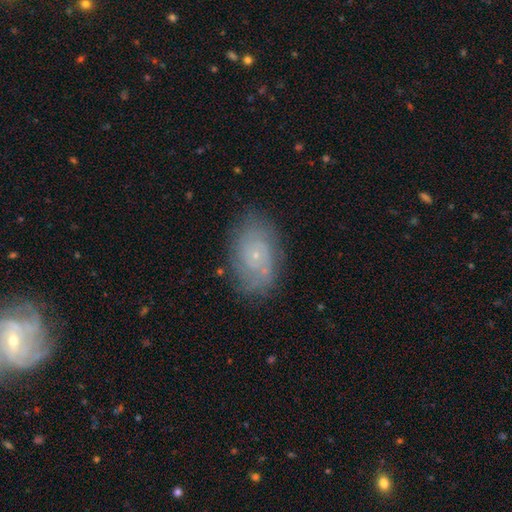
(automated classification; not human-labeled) Smooth or featured? featured or disk (67%)
Edge-on disk? no (96%)
Bar? no (81%)
Spiral arms? yes (85%)
Spiral winding? tight (61%)
Spiral arm count? can't tell (47%)
Bulge size? small (85%)
Merging? none (78%)